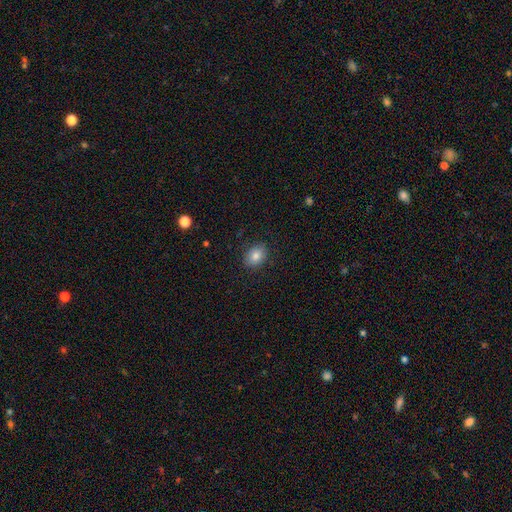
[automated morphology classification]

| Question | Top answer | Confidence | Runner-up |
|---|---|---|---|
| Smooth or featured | smooth | 83% | star or artifact (9%) |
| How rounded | in between | 66% | round (33%) |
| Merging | none | 87% | minor disturbance (10%) |